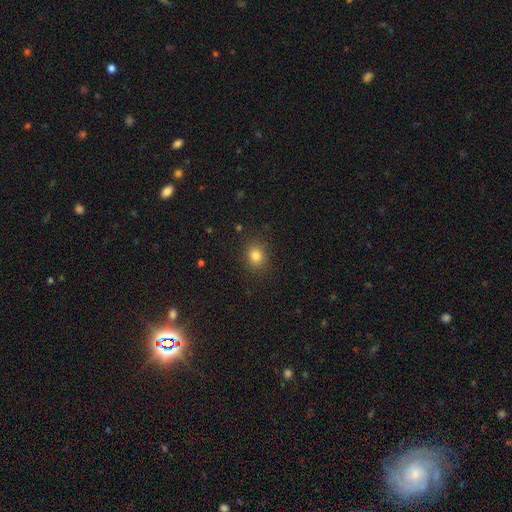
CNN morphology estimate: type=smooth (82%); roundness=round (65%); merging=none (88%).